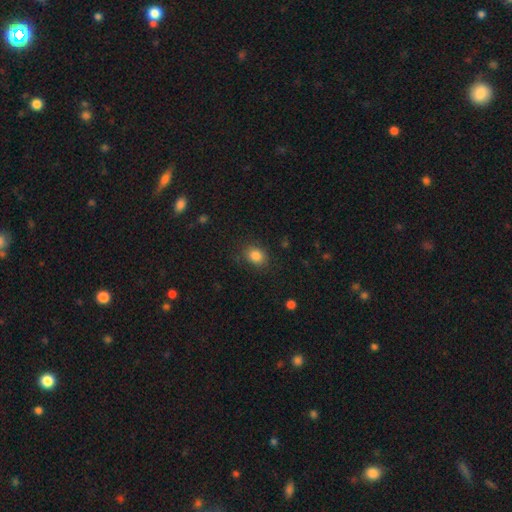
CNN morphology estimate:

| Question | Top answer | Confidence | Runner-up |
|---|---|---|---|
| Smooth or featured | smooth | 84% | star or artifact (11%) |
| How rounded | in between | 50% | round (49%) |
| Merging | none | 83% | minor disturbance (12%) |